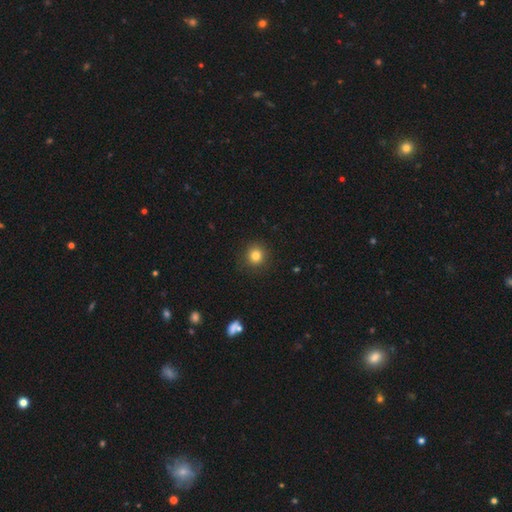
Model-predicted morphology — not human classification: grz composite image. It shows a smooth galaxy with no disk features (82%) that is round (92%). Merging: none (90%).